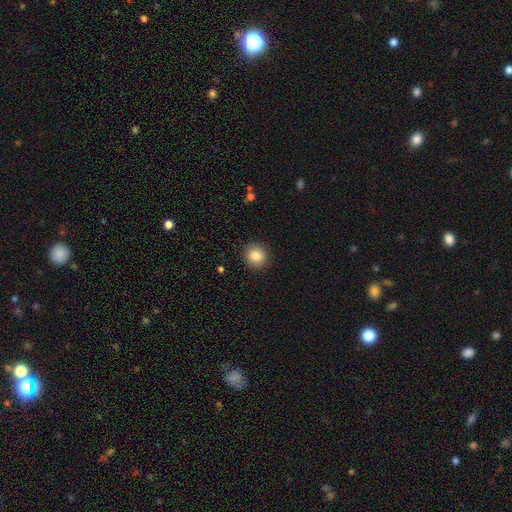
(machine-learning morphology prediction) Smooth or featured? Predicted: smooth (p=0.85). How rounded? Predicted: round (p=0.87). Merging? Predicted: none (p=0.91).